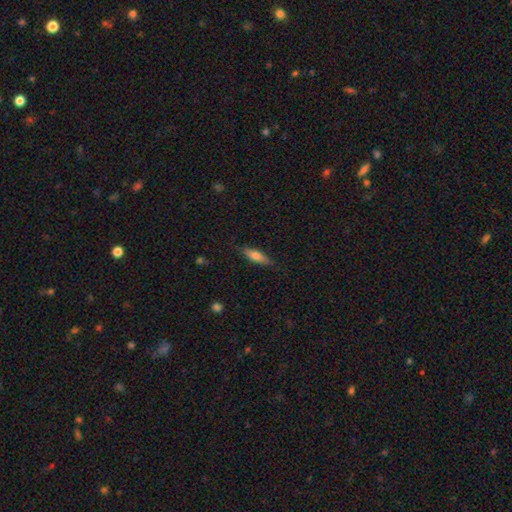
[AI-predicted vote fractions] Morphology: type=smooth (68%); roundness=cigar-shaped (60%); merging=none (82%).